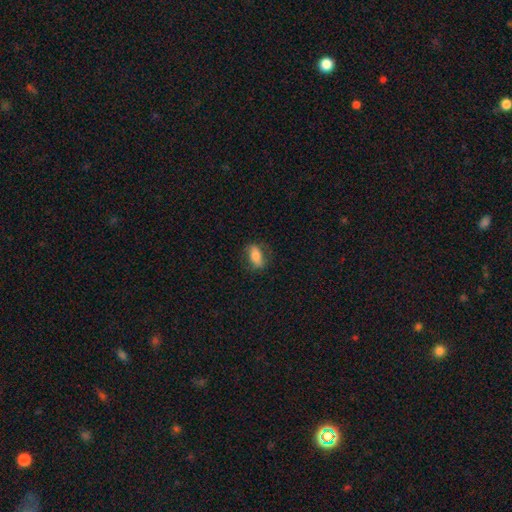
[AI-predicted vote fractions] This appears to be a smooth galaxy with no disk features (68%) that is in between round and cigar-shaped (80%). Merging: none (75%).